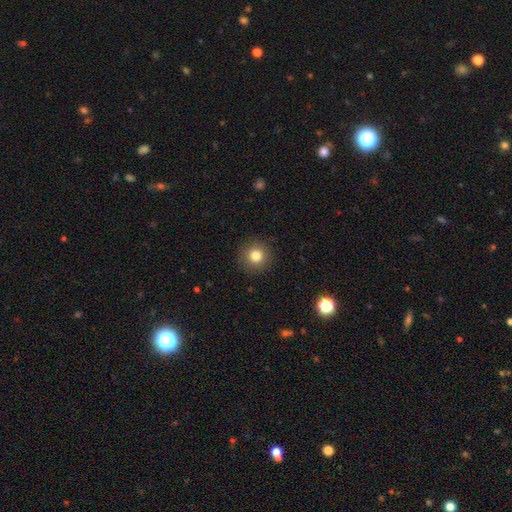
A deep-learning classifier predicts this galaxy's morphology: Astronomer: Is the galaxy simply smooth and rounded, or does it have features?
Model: smooth — 81%.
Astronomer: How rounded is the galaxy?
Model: round — 95%.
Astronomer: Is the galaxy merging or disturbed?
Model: none — 91%.